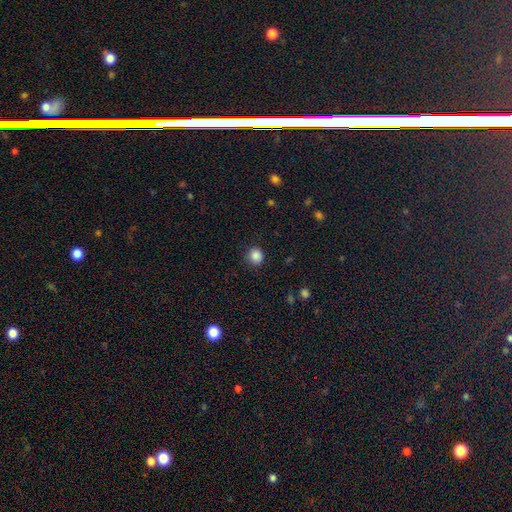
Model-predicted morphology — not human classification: Smooth or featured? smooth (86%)
How rounded? round (85%)
Merging? none (88%)